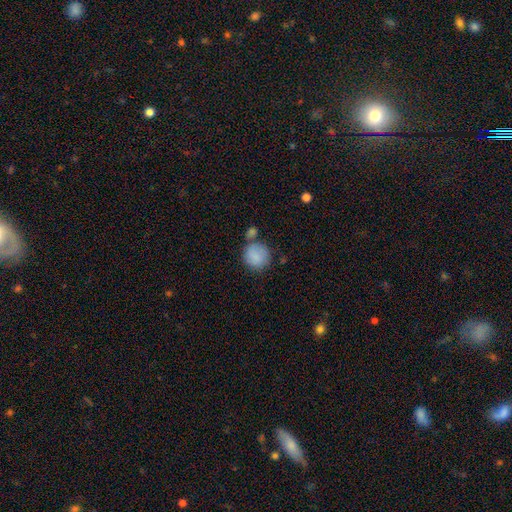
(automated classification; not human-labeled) Smooth or featured? Predicted: smooth (p=0.84). How rounded? Predicted: round (p=0.87). Merging? Predicted: none (p=0.57).